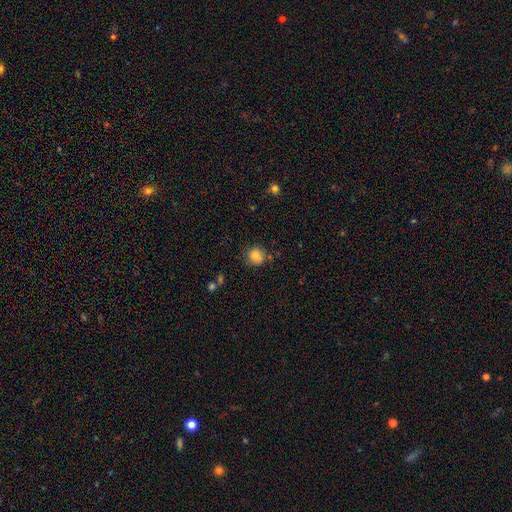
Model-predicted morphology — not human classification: Smooth or featured?
  - smooth: 82% *
  - star or artifact: 11%
  - featured or disk: 7%
How rounded?
  - round: 91% *
  - in between: 8%
  - cigar-shaped: 1%
Merging?
  - none: 79% *
  - minor disturbance: 13%
  - merger: 5%
  - major disturbance: 3%